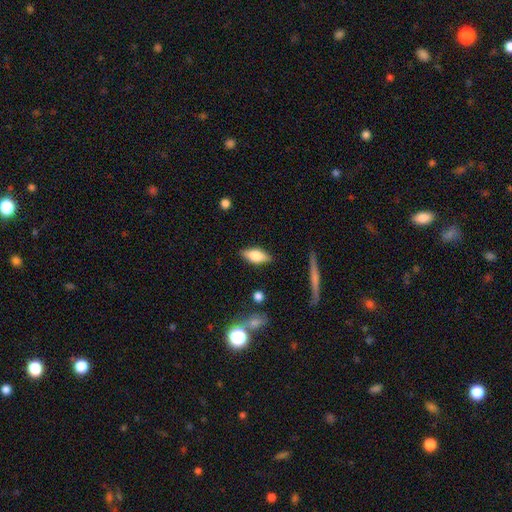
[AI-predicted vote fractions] Overall: smooth (70%). How rounded: in between (79%). Merging: none (85%).